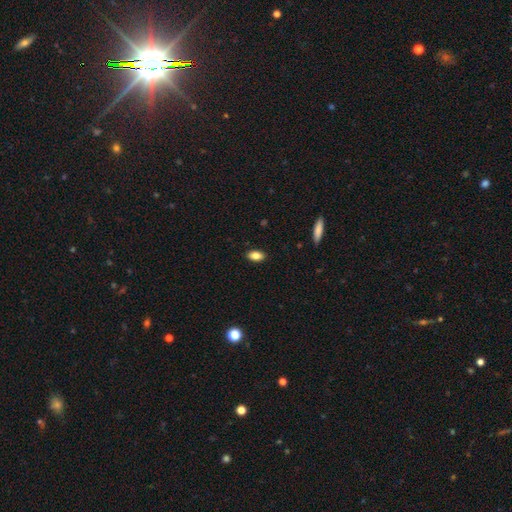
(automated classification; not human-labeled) Morphology: type=smooth (85%); roundness=in between (90%); merging=none (89%).